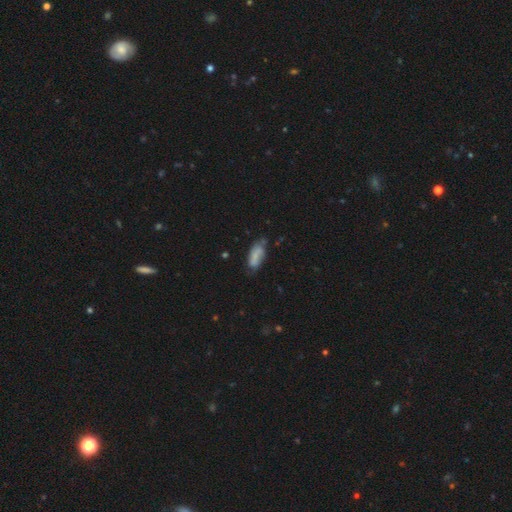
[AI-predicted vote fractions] Q: Smooth or featured?
A: smooth (62%); runner-up: featured or disk (30%)
Q: How rounded?
A: in between (84%); runner-up: cigar-shaped (14%)
Q: Merging?
A: none (50%); runner-up: minor disturbance (32%)